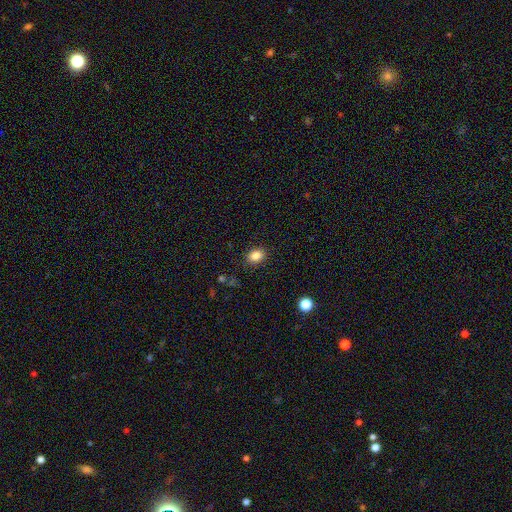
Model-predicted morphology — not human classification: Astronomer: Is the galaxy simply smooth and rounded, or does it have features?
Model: smooth — 85%.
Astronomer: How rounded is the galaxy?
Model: in between — 64%.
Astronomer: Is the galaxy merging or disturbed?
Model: none — 87%.